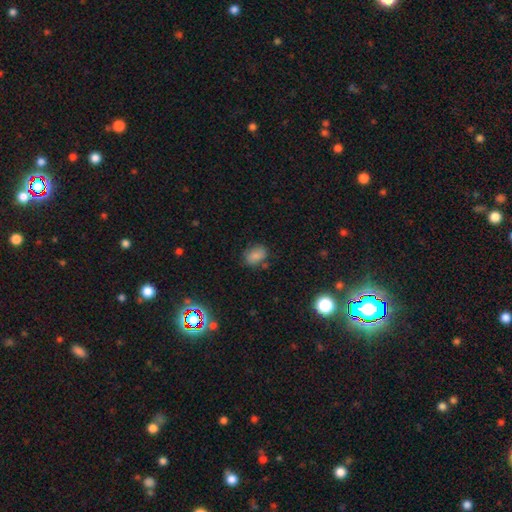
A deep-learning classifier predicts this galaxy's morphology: Q: Smooth or featured?
A: smooth (82%); runner-up: star or artifact (11%)
Q: How rounded?
A: in between (78%); runner-up: round (21%)
Q: Merging?
A: none (71%); runner-up: minor disturbance (18%)